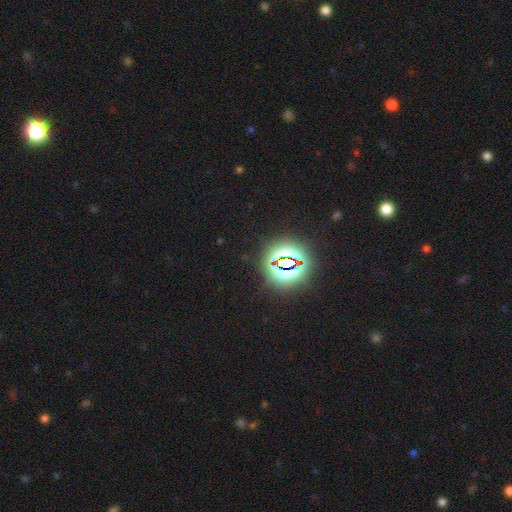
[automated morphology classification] Overall: star or artifact (81%).